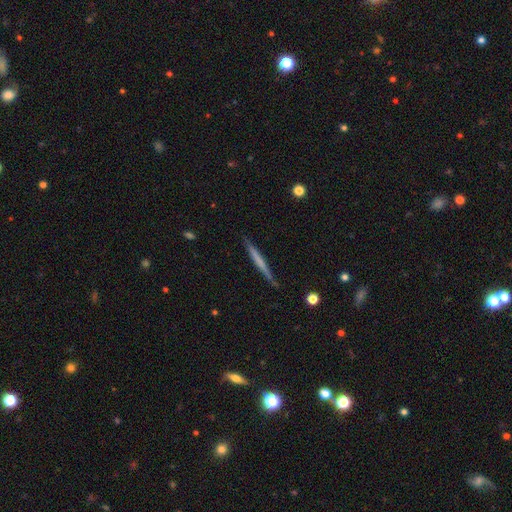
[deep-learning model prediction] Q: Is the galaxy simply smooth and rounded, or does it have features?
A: featured or disk — 48%.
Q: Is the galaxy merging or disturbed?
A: none — 89%.